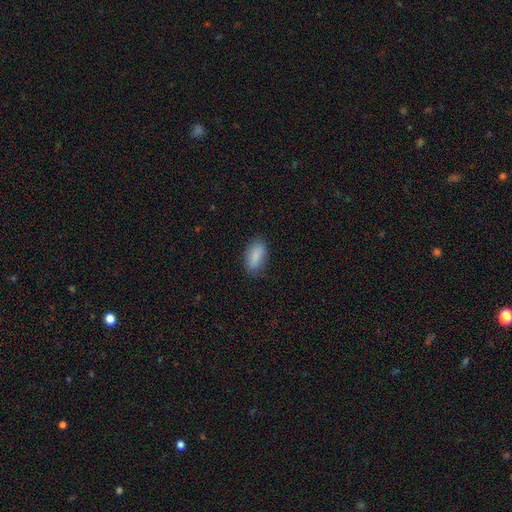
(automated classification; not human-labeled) A smooth galaxy with no disk features (88%) that is in between round and cigar-shaped (89%). Merging: none (81%).